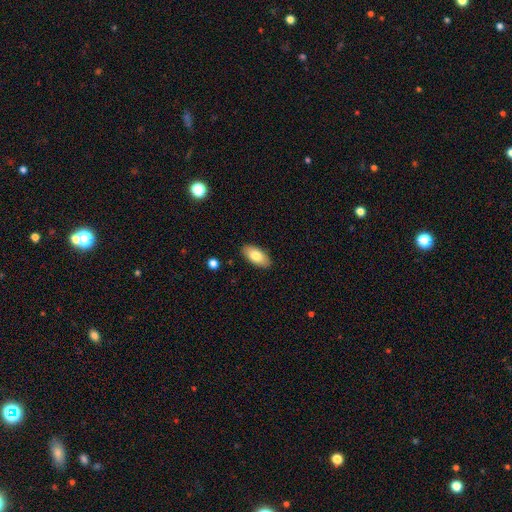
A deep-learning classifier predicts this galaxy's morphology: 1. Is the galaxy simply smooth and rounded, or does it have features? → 80% smooth, 14% featured or disk, 7% star or artifact.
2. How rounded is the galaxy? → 92% in between, 5% cigar-shaped, 2% round.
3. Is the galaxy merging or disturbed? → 88% none, 9% minor disturbance, 2% major disturbance, 1% merger.